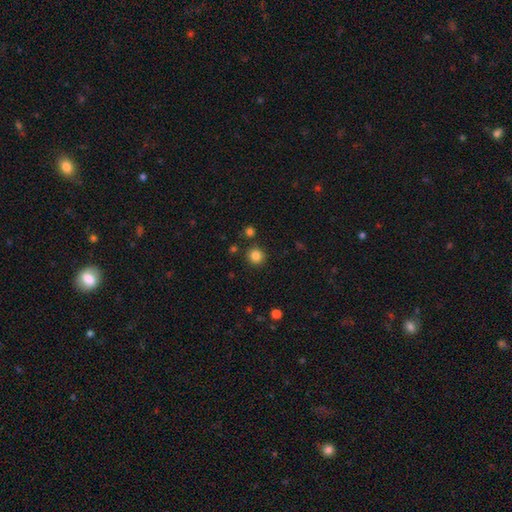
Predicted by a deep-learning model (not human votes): The model was most divided on "smooth or featured": smooth: 84%, star or artifact: 12%, featured or disk: 4%. More confident: how rounded — round (93%); merging — none (88%).